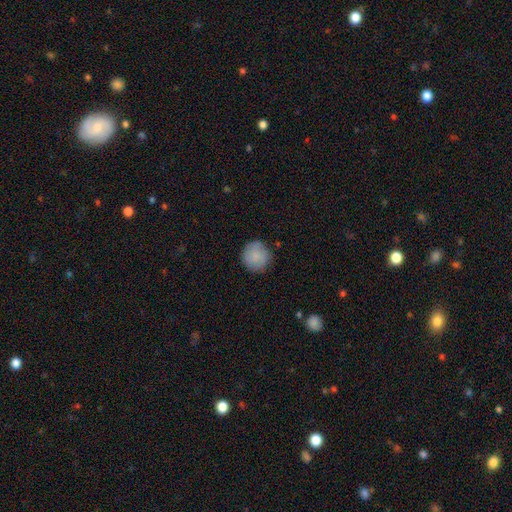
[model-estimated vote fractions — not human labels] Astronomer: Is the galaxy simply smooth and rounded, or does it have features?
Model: smooth — 83%.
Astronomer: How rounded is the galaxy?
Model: round — 93%.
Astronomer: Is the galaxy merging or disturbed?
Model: none — 82%.